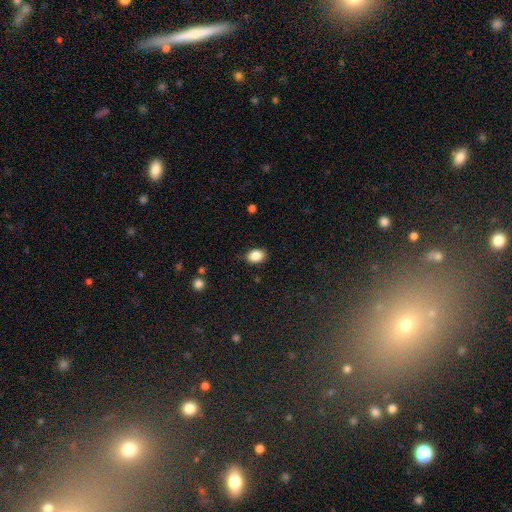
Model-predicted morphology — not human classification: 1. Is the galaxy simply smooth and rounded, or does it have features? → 86% smooth, 8% star or artifact, 5% featured or disk.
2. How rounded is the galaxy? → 76% in between, 23% round, 1% cigar-shaped.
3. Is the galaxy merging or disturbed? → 84% none, 12% minor disturbance, 2% major disturbance, 1% merger.